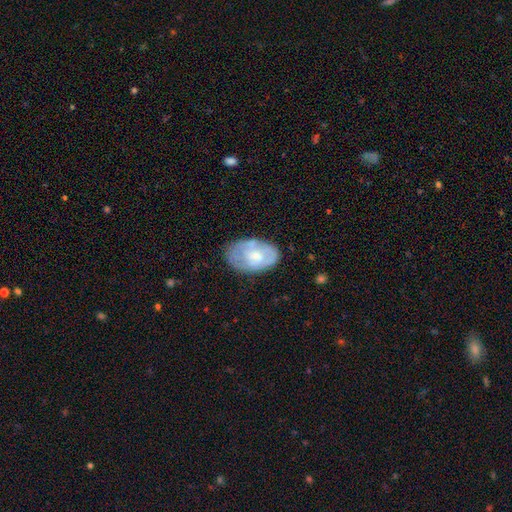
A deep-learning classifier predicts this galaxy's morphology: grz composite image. It shows a featured or disk galaxy (47%, tied with smooth). Merging: none (65%).